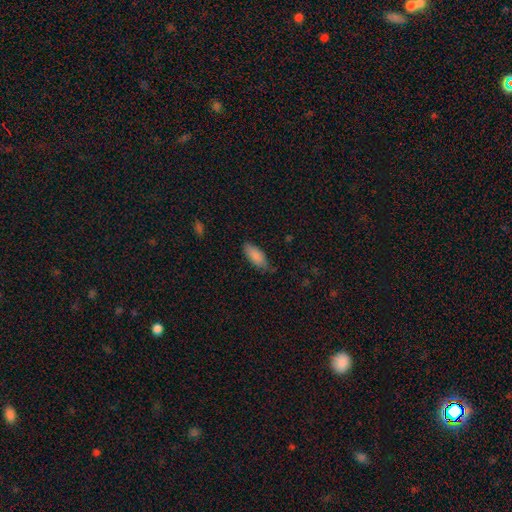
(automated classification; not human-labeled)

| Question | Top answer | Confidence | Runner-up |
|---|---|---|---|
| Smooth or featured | smooth | 87% | featured or disk (7%) |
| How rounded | in between | 80% | cigar-shaped (19%) |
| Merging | none | 75% | minor disturbance (21%) |